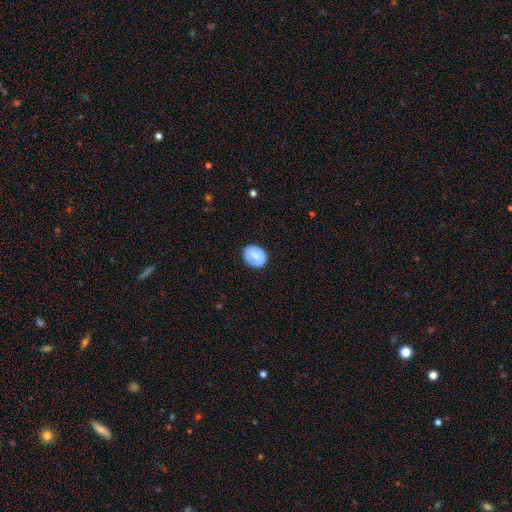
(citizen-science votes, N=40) Smooth or featured?
  - smooth: 57% *
  - featured or disk: 42%
  - star or artifact: 0%
How rounded?
  - in between: 65% *
  - round: 35%
  - cigar-shaped: 0%
Merging?
  - none: 85% *
  - minor disturbance: 12%
  - merger: 2%
  - major disturbance: 0%